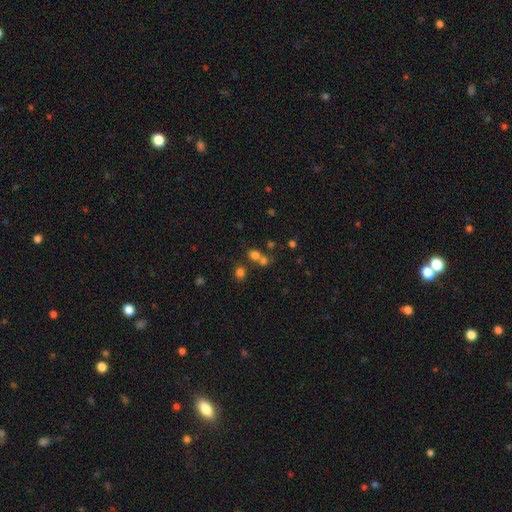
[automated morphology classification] type=smooth (67%); roundness=round (77%); merging=none (49%).